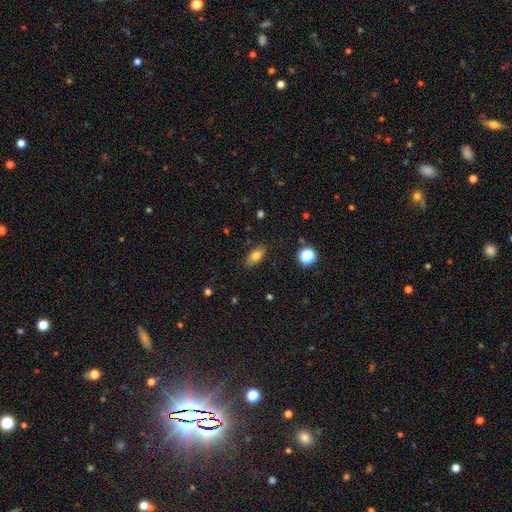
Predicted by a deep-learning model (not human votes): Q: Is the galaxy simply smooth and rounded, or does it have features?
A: smooth — 77%.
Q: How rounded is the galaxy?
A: in between — 85%.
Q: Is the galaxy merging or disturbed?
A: none — 85%.